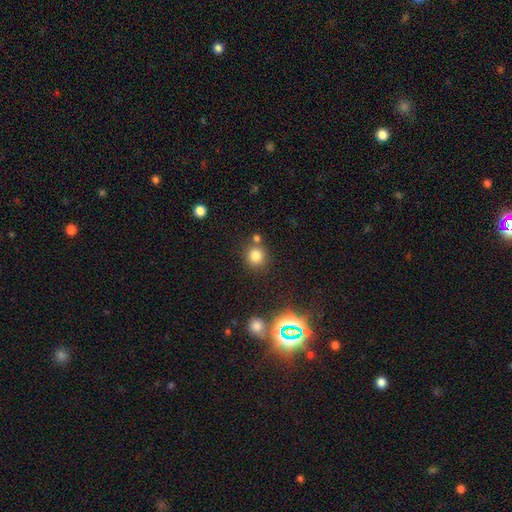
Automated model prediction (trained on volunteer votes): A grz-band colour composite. It shows a smooth galaxy with no disk features (80%) that is round (90%). Merging: none (75%).